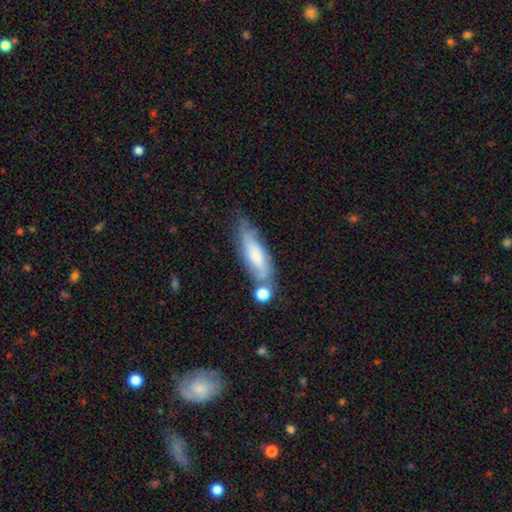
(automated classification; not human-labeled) Smooth or featured? Predicted: smooth (p=0.56). How rounded? Predicted: cigar-shaped (p=0.52). Merging? Predicted: none (p=0.53).